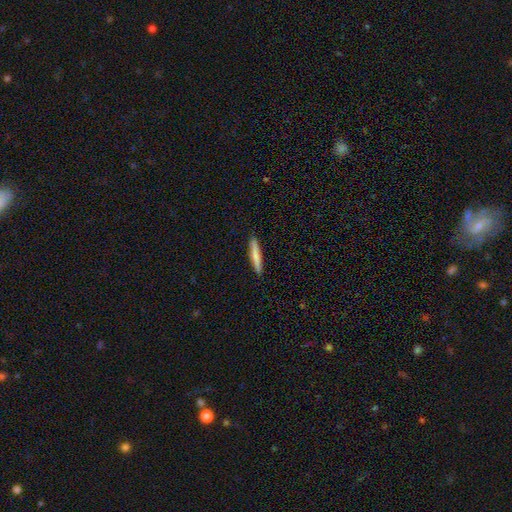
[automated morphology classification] smooth_or_featured: smooth (p=0.73) [alt: featured or disk p=0.22]
how_rounded: cigar-shaped (p=0.94) [alt: in between p=0.04]
merging: none (p=0.92) [alt: minor disturbance p=0.06]